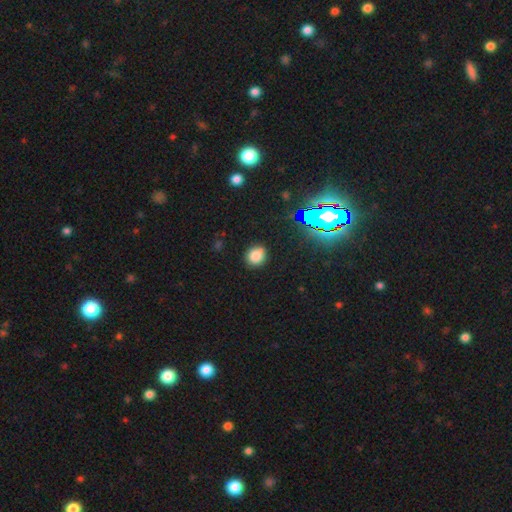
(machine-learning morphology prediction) Overall: smooth (80%). How rounded: round (69%; in between 30%). Merging: none (86%).